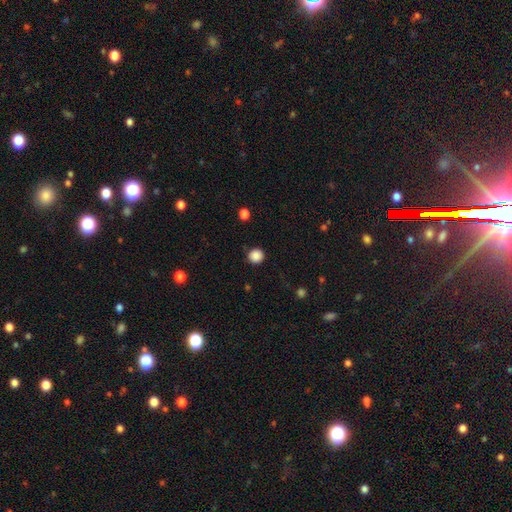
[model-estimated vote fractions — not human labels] Q: Smooth or featured?
A: smooth (87%); runner-up: star or artifact (10%)
Q: How rounded?
A: round (93%); runner-up: in between (6%)
Q: Merging?
A: none (89%); runner-up: minor disturbance (7%)